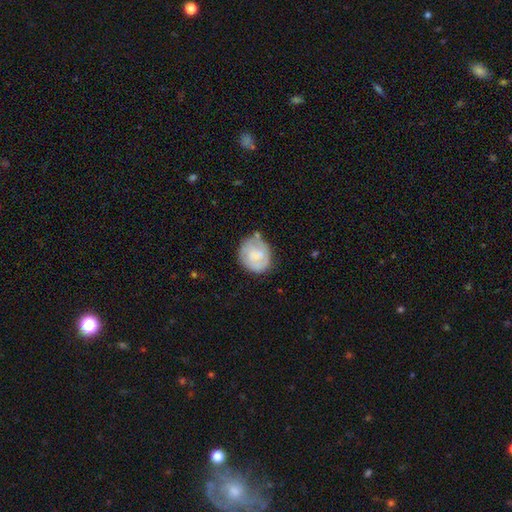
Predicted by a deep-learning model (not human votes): A smooth galaxy with no disk features (52%) that is round (67%). Merging: none (57%).